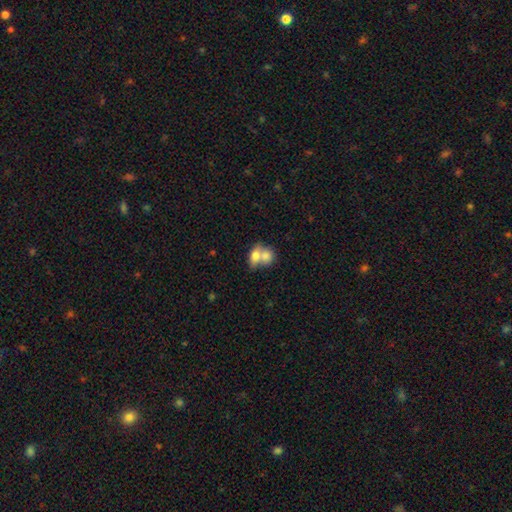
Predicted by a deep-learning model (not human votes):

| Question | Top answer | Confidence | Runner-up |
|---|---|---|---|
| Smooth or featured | smooth | 71% | featured or disk (22%) |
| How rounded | in between | 62% | round (36%) |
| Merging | merger | 72% | none (18%) |